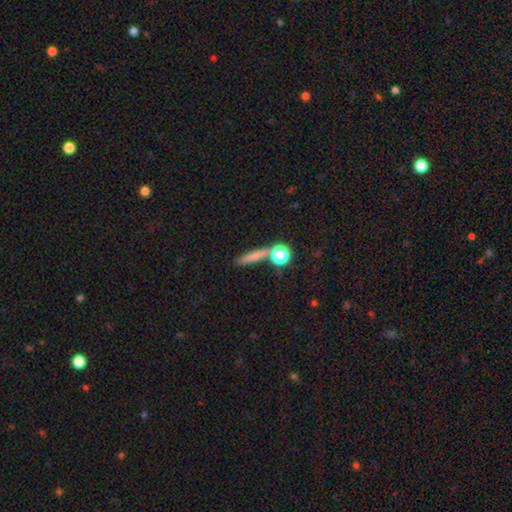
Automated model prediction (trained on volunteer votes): This is likely a smooth galaxy (68%). How rounded: likely cigar-shaped (70%). Merging: likely none (73%).